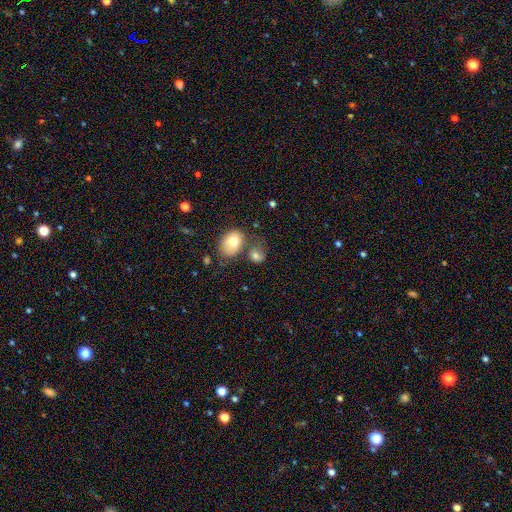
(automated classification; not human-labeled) Smooth or featured? Predicted: smooth (p=0.74). How rounded? Predicted: in between (p=0.52). Merging? Predicted: none (p=0.41).